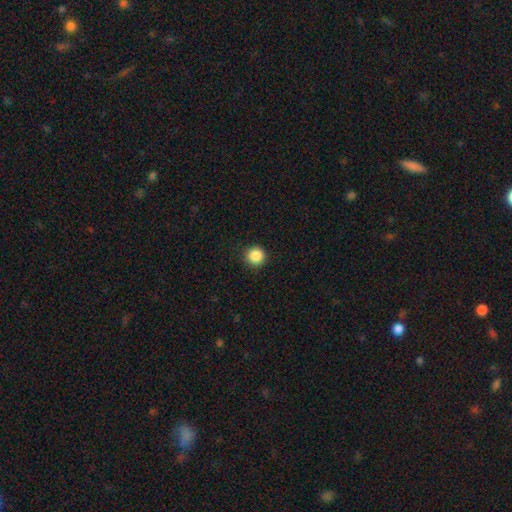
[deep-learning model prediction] A smooth galaxy with no disk features (87%) that is round (95%). Merging: none (92%).